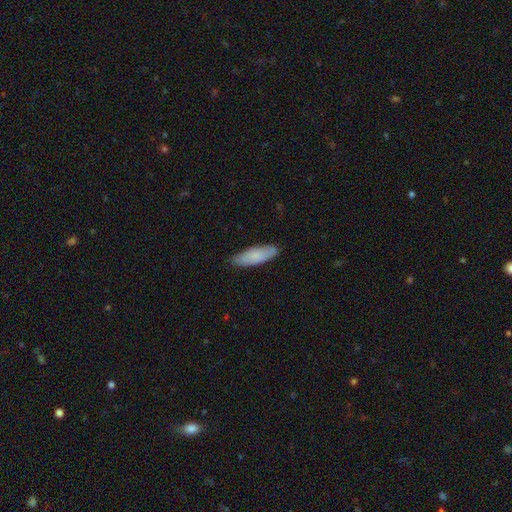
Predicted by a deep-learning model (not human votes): A smooth galaxy with no disk features (79%) that is in between round and cigar-shaped (57%). Merging: none (81%).